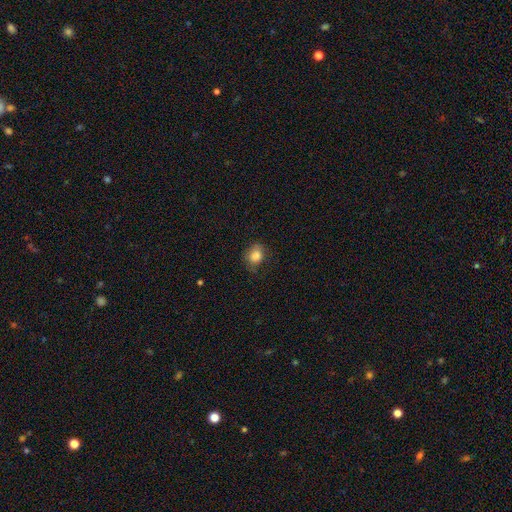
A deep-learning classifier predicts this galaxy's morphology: This appears to be a smooth galaxy with no disk features (83%) that is round (53%). Merging: none (64%).